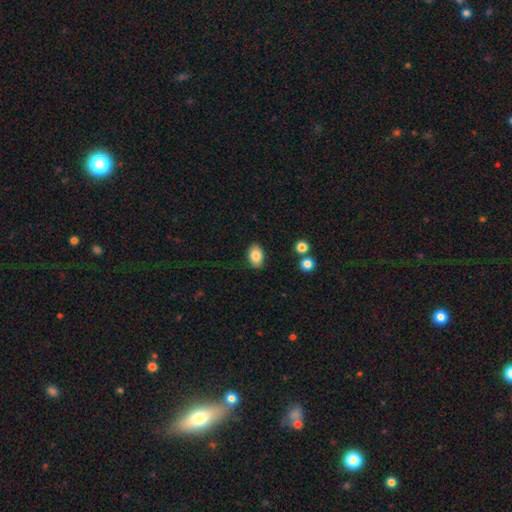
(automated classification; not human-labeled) smooth-or-featured: smooth: 84% | star or artifact: 8% | featured or disk: 8%
  how-rounded: in between: 85% | round: 14% | cigar-shaped: 1%
  merging: none: 87% | minor disturbance: 9% | major disturbance: 2% | merger: 2%